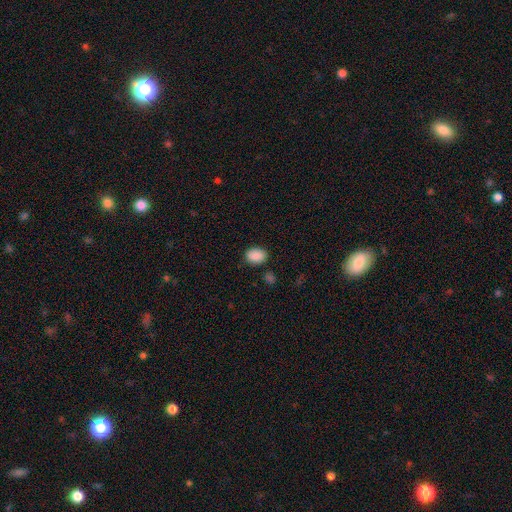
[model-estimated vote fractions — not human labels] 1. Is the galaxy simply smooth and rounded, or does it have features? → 89% smooth, 8% star or artifact, 4% featured or disk.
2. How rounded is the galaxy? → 72% in between, 27% round, 1% cigar-shaped.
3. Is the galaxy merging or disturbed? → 84% none, 10% minor disturbance, 3% merger, 3% major disturbance.